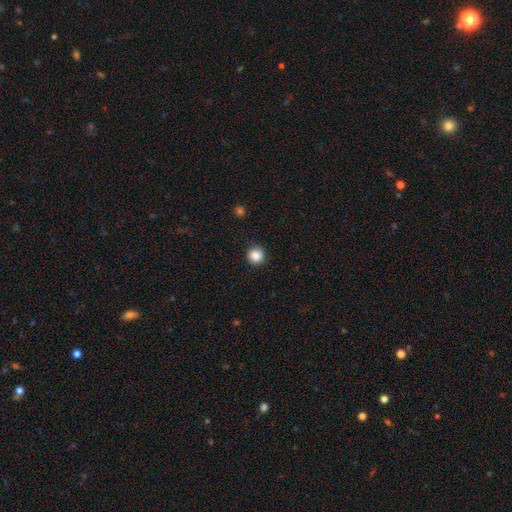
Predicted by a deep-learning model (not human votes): Smooth or featured? smooth (86%)
How rounded? round (94%)
Merging? none (89%)